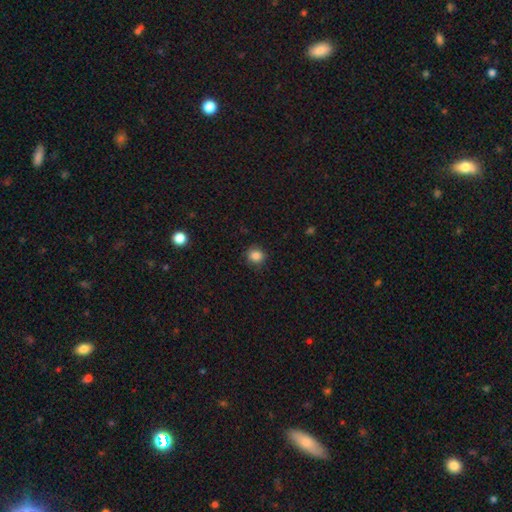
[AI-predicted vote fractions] smooth-or-featured: smooth: 86% | star or artifact: 11% | featured or disk: 3%
  how-rounded: round: 84% | in between: 15% | cigar-shaped: 1%
  merging: none: 88% | minor disturbance: 9% | major disturbance: 2% | merger: 1%